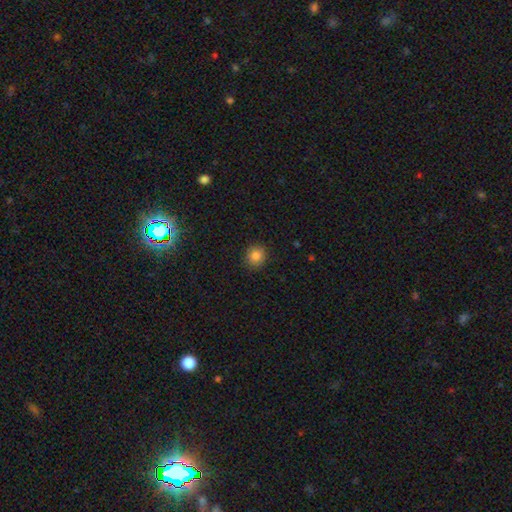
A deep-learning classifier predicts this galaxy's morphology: Smooth or featured? smooth (84%)
How rounded? round (85%)
Merging? none (89%)